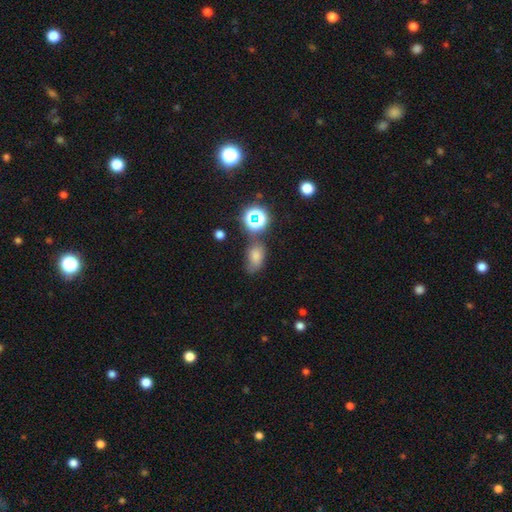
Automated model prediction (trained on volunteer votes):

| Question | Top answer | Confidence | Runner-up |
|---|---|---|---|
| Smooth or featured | smooth | 56% | star or artifact (32%) |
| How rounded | in between | 74% | round (23%) |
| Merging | none | 63% | minor disturbance (21%) |